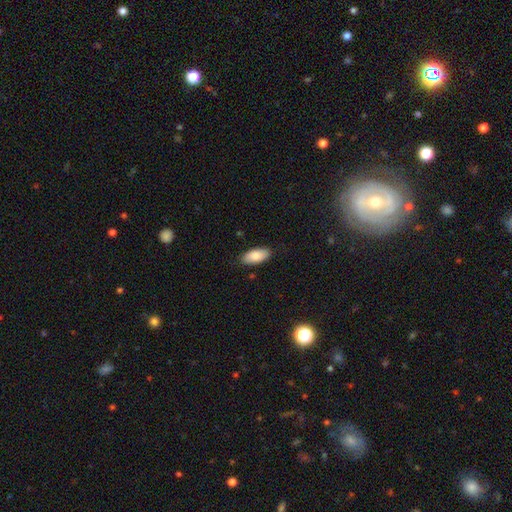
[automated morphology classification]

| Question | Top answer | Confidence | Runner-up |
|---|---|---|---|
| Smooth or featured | smooth | 85% | featured or disk (8%) |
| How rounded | in between | 91% | cigar-shaped (7%) |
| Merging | none | 86% | minor disturbance (11%) |